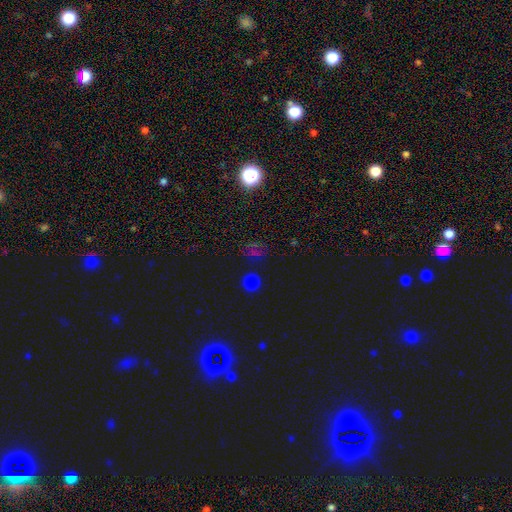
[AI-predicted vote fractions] This is possibly a star or artifact rather than a galaxy (47%).